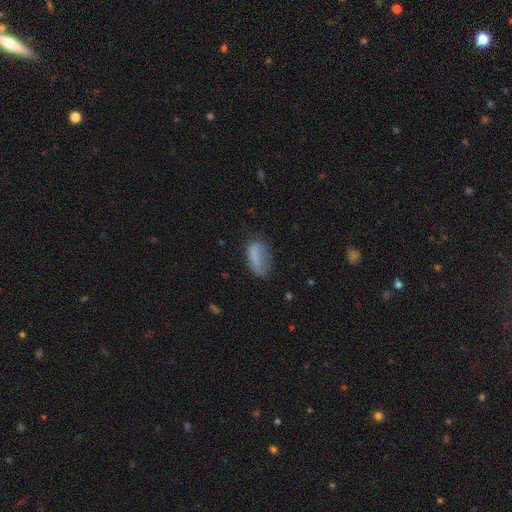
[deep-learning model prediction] smooth-or-featured: smooth: 76% | featured or disk: 14% | star or artifact: 9%
  how-rounded: in between: 84% | cigar-shaped: 12% | round: 4%
  merging: none: 46% | minor disturbance: 31% | major disturbance: 20% | merger: 3%